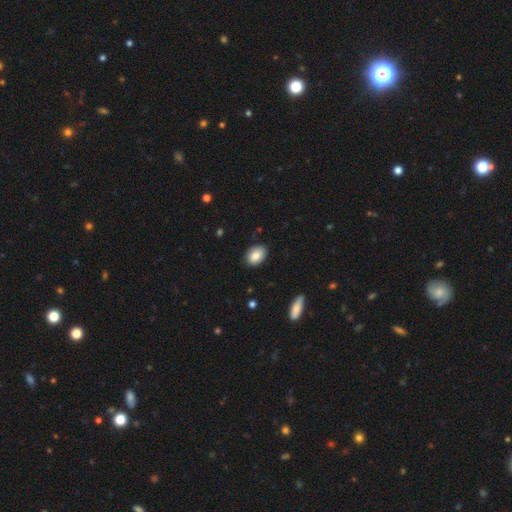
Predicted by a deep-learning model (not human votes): Smooth or featured?
  - smooth: 86% *
  - star or artifact: 7%
  - featured or disk: 6%
How rounded?
  - in between: 84% *
  - round: 15%
  - cigar-shaped: 1%
Merging?
  - none: 86% *
  - minor disturbance: 10%
  - major disturbance: 2%
  - merger: 1%